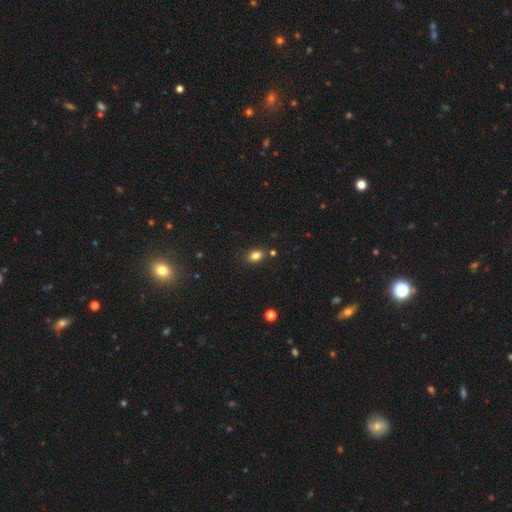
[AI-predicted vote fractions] smooth_or_featured: smooth (p=0.82) [alt: star or artifact p=0.11]
how_rounded: in between (p=0.78) [alt: round p=0.20]
merging: none (p=0.82) [alt: minor disturbance p=0.11]